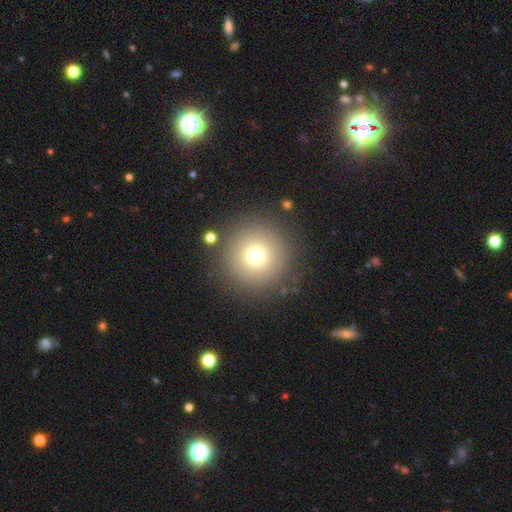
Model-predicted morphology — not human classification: The model was most divided on "smooth or featured": smooth: 73%, star or artifact: 16%, featured or disk: 11%. More confident: how rounded — round (97%); merging — none (88%).